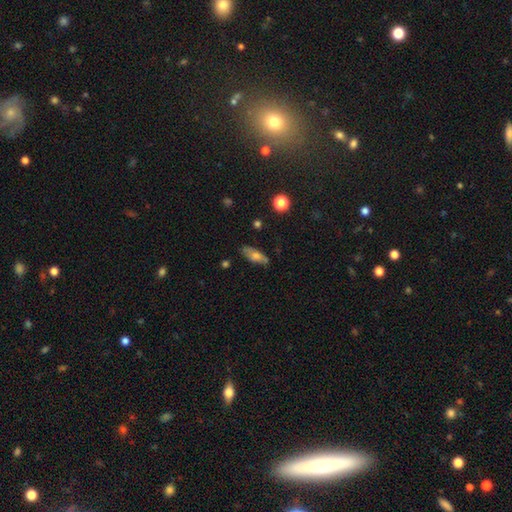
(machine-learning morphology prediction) A smooth galaxy with no disk features (64%) that is in between round and cigar-shaped (70%).

Vote fractions:
- Smooth or featured? smooth: 64% / featured or disk: 28% / star or artifact: 8%
- How rounded? in between: 70% / cigar-shaped: 27% / round: 4%
- Merging? none: 74% / minor disturbance: 20% / major disturbance: 4% / merger: 2%